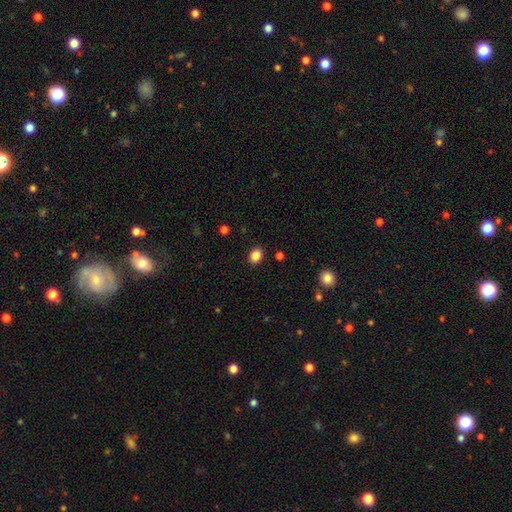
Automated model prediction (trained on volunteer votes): Smooth or featured?
  - smooth: 86% *
  - star or artifact: 10%
  - featured or disk: 4%
How rounded?
  - round: 54% *
  - in between: 45%
  - cigar-shaped: 1%
Merging?
  - none: 89% *
  - minor disturbance: 7%
  - major disturbance: 2%
  - merger: 1%